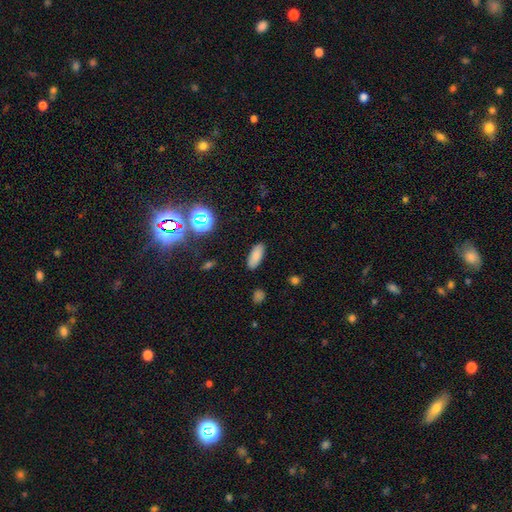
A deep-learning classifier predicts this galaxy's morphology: The model was most divided on "how rounded": in between: 78%, cigar-shaped: 20%, round: 2%. More confident: merging — none (88%); smooth or featured — smooth (83%).